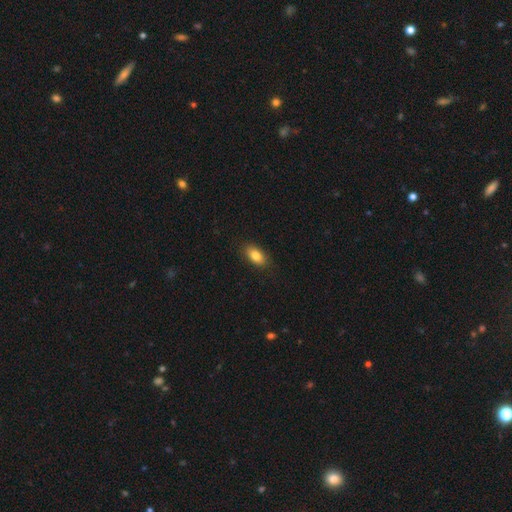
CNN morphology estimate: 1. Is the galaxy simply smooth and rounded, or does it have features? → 84% smooth, 9% featured or disk, 8% star or artifact.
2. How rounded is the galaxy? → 90% in between, 6% round, 4% cigar-shaped.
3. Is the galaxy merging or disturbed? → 87% none, 10% minor disturbance, 2% major disturbance, 1% merger.